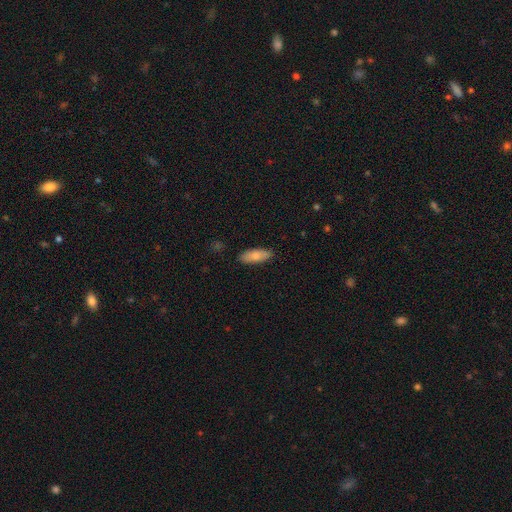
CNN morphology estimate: Q: Smooth or featured?
A: smooth (81%); runner-up: featured or disk (13%)
Q: How rounded?
A: in between (66%); runner-up: cigar-shaped (32%)
Q: Merging?
A: none (87%); runner-up: minor disturbance (10%)